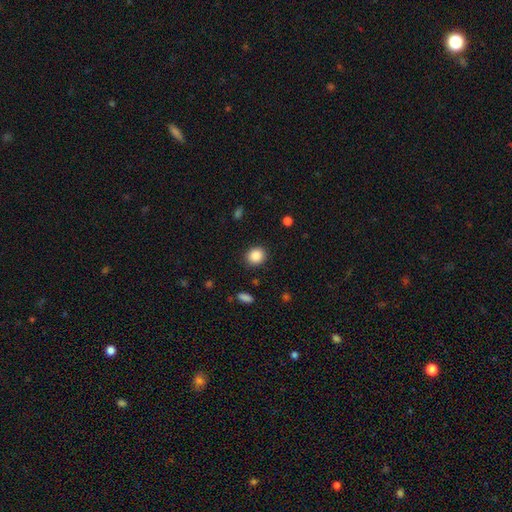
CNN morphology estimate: smooth-or-featured: smooth: 87% | star or artifact: 9% | featured or disk: 3%
  how-rounded: round: 78% | in between: 21% | cigar-shaped: 1%
  merging: none: 89% | minor disturbance: 7% | major disturbance: 3% | merger: 1%